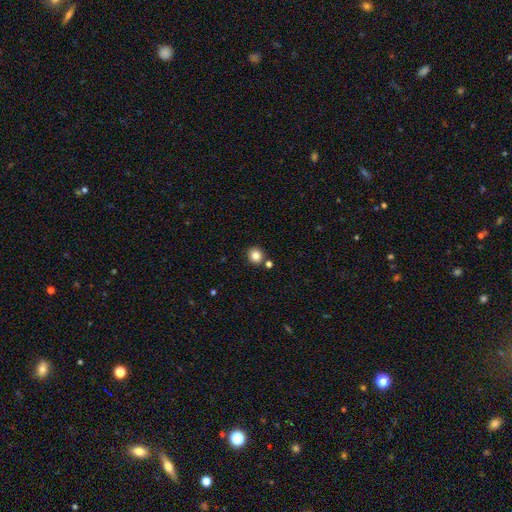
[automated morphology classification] This is clearly a smooth galaxy (83%). How rounded: clearly round (89%). Merging: clearly none (84%).